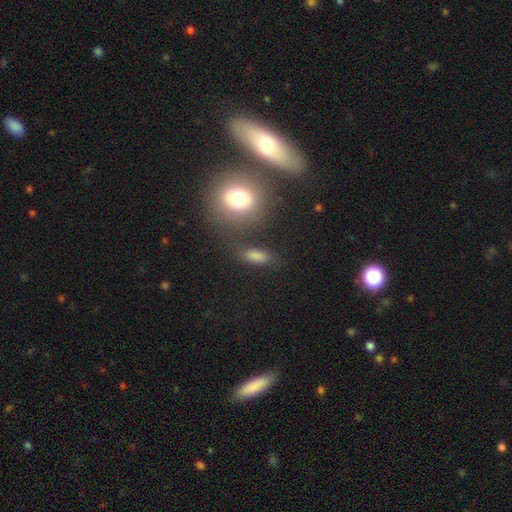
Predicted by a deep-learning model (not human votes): Q: Smooth or featured?
A: smooth (69%); runner-up: star or artifact (17%)
Q: How rounded?
A: in between (66%); runner-up: cigar-shaped (18%)
Q: Merging?
A: none (64%); runner-up: minor disturbance (16%)